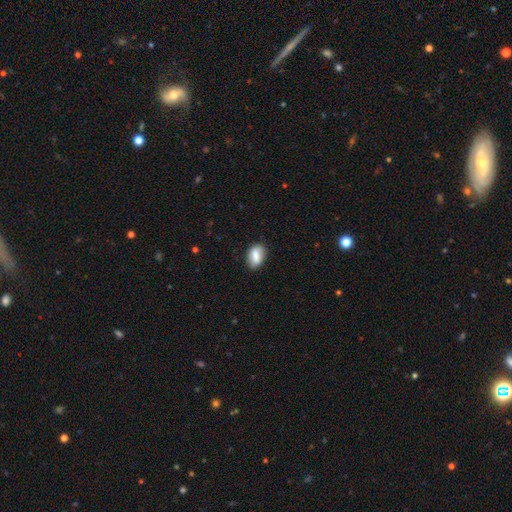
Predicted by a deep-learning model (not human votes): The model was most divided on "smooth or featured": smooth: 74%, featured or disk: 18%, star or artifact: 7%. More confident: how rounded — in between (84%); merging — none (80%).